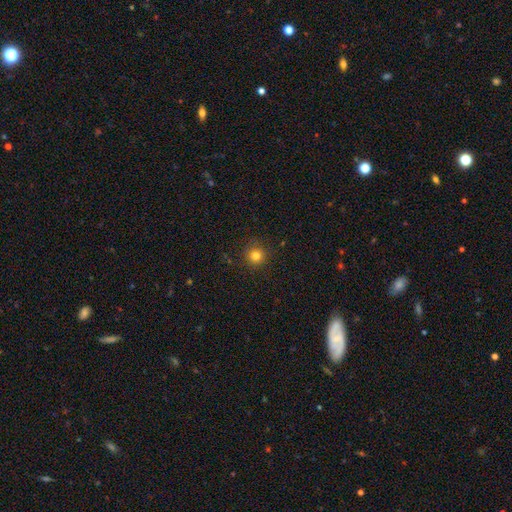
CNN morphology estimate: Smooth or featured?
  - smooth: 81% *
  - star or artifact: 14%
  - featured or disk: 5%
How rounded?
  - round: 95% *
  - in between: 4%
  - cigar-shaped: 1%
Merging?
  - none: 89% *
  - minor disturbance: 7%
  - major disturbance: 2%
  - merger: 1%